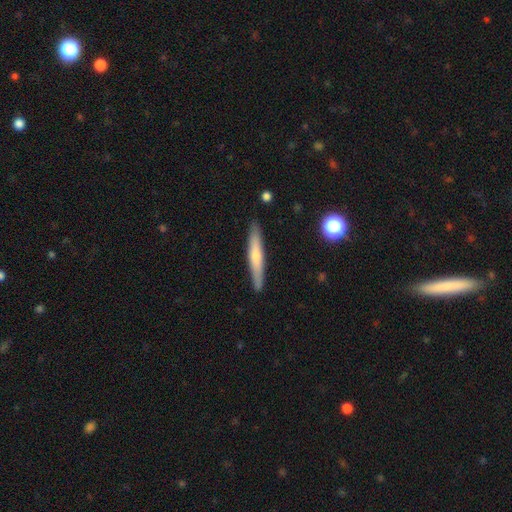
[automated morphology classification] A smooth galaxy with no disk features (50%).

Vote fractions:
- Smooth or featured? smooth: 50% / featured or disk: 44% / star or artifact: 6%
- Merging? none: 89% / minor disturbance: 8% / major disturbance: 1% / merger: 1%